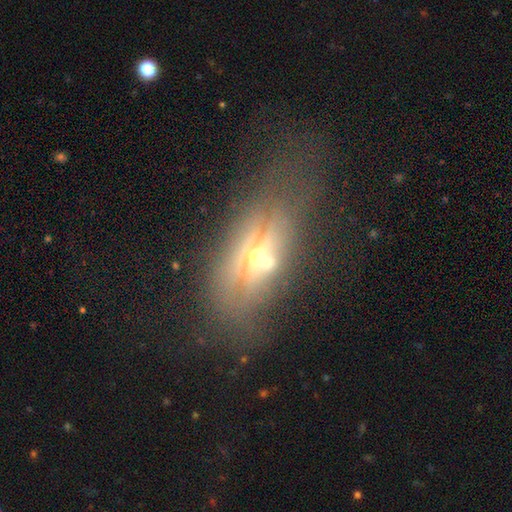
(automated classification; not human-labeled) smooth_or_featured: featured or disk (p=0.57) [alt: smooth p=0.26]
disk_edge_on: yes (p=0.65) [alt: no p=0.35]
merging: none (p=0.57) [alt: minor disturbance p=0.19]